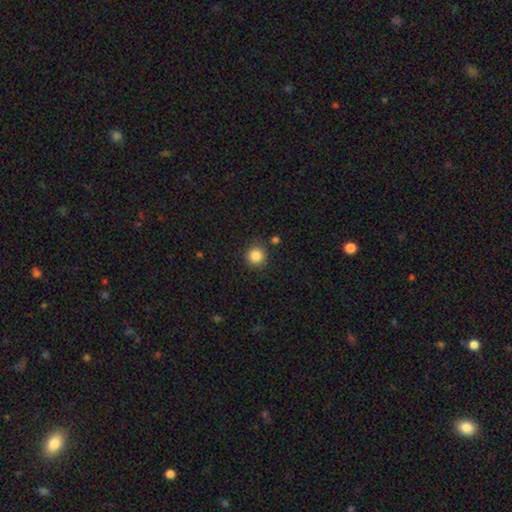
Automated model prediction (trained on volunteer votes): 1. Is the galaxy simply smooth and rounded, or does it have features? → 86% smooth, 10% star or artifact, 3% featured or disk.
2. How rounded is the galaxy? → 93% round, 6% in between, 1% cigar-shaped.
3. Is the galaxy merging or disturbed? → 86% none, 8% minor disturbance, 3% major disturbance, 3% merger.